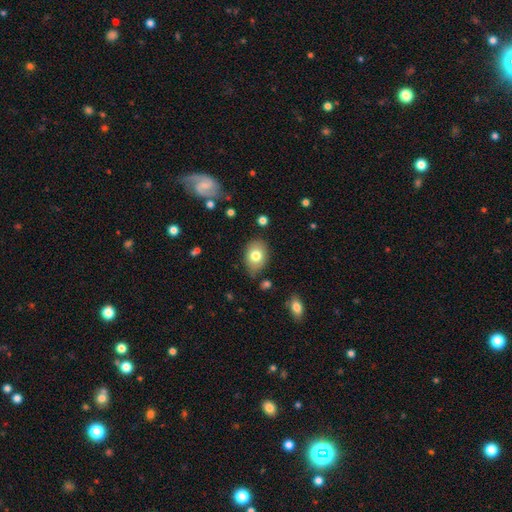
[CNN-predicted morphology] Smooth or featured? Predicted: smooth (p=0.77). How rounded? Predicted: in between (p=0.75). Merging? Predicted: none (p=0.77).